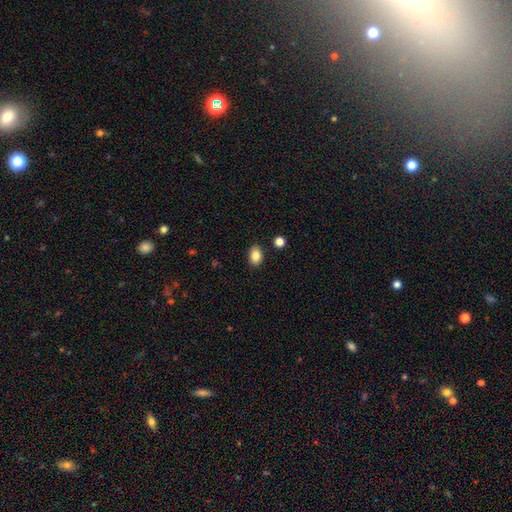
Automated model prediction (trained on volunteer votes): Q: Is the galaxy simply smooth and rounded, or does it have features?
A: smooth — 86%.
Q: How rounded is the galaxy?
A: in between — 83%.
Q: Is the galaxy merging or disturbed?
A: none — 87%.